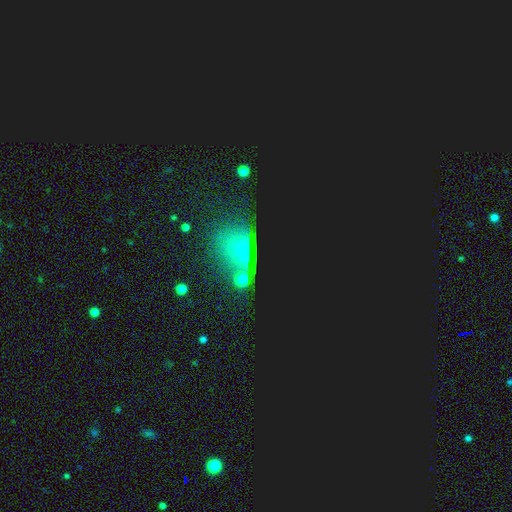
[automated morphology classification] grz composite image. It shows a star or artifact, not a galaxy (52%).